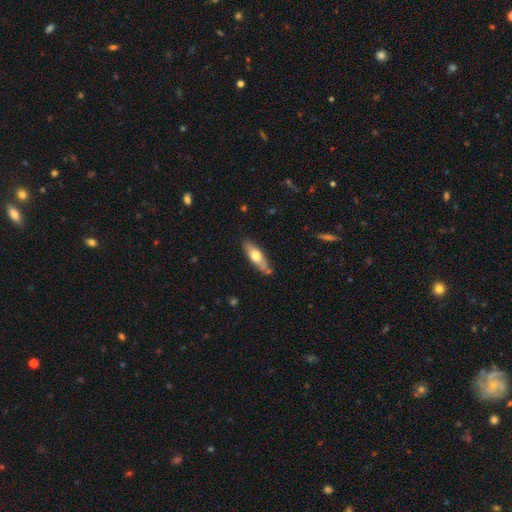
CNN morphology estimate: Q: Smooth or featured?
A: smooth (58%); runner-up: featured or disk (36%)
Q: How rounded?
A: in between (52%); runner-up: cigar-shaped (46%)
Q: Merging?
A: none (75%); runner-up: minor disturbance (17%)